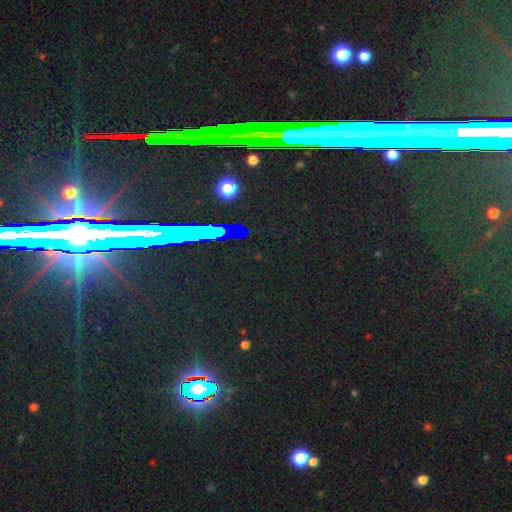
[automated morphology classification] smooth_or_featured: star or artifact (p=0.83) [alt: smooth p=0.08]